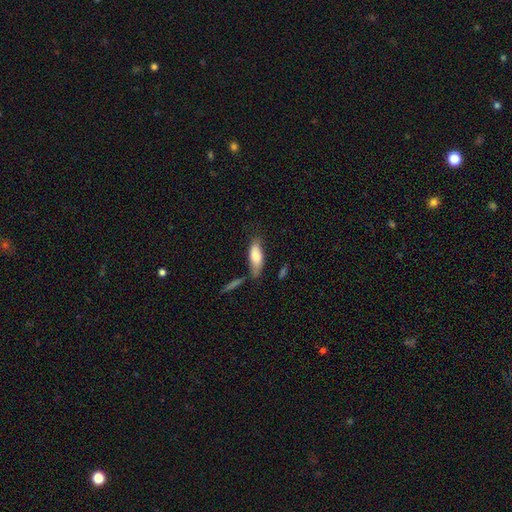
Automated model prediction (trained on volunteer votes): A smooth galaxy with no disk features (76%) that is in between round and cigar-shaped (67%). Merging: none (55%).